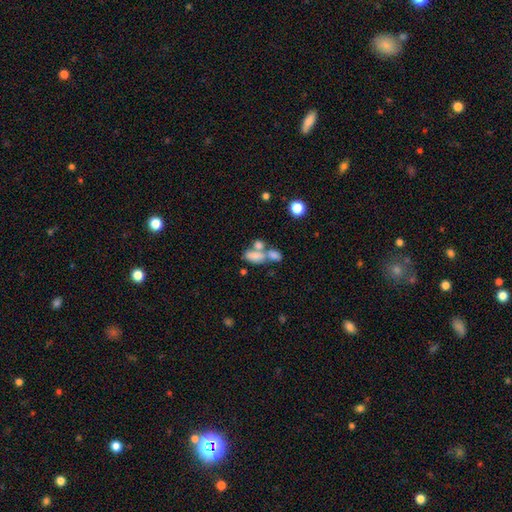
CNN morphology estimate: Smooth or featured?
  - smooth: 72% *
  - featured or disk: 17%
  - star or artifact: 11%
How rounded?
  - in between: 87% *
  - round: 8%
  - cigar-shaped: 5%
Merging?
  - merger: 60% *
  - none: 23%
  - minor disturbance: 9%
  - major disturbance: 8%